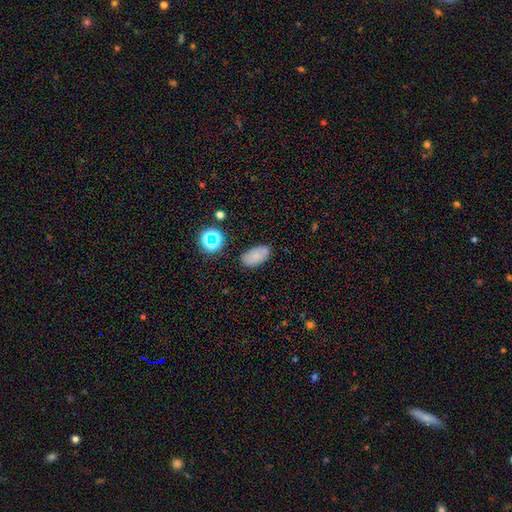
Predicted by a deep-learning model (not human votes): Smooth or featured?
  - smooth: 75% *
  - star or artifact: 14%
  - featured or disk: 11%
How rounded?
  - in between: 92% *
  - round: 5%
  - cigar-shaped: 2%
Merging?
  - none: 78% *
  - minor disturbance: 15%
  - major disturbance: 4%
  - merger: 3%